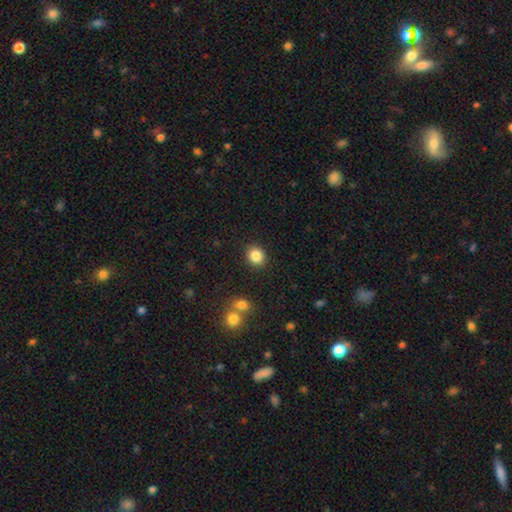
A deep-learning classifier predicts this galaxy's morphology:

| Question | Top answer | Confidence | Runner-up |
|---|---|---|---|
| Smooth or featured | smooth | 86% | star or artifact (10%) |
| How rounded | round | 78% | in between (21%) |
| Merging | none | 88% | minor disturbance (7%) |